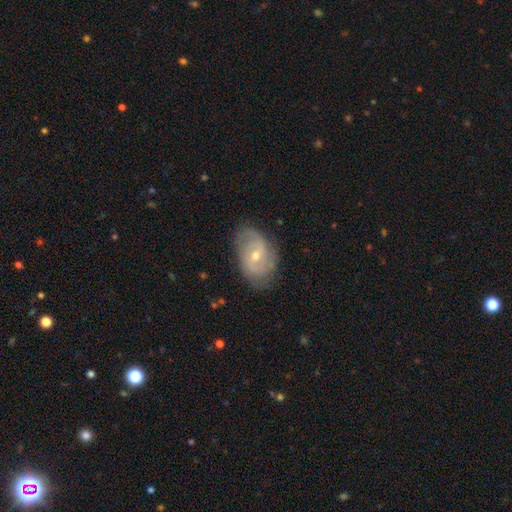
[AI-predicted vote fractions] Smooth or featured? Predicted: featured or disk (p=0.74). Edge-on disk? Predicted: no (p=0.95). Bar? Predicted: no (p=0.46). Spiral arms? Predicted: yes (p=0.86). Spiral winding? Predicted: tight (p=0.43). Spiral arm count? Predicted: 2 (p=0.53). Bulge size? Predicted: small (p=0.50). Merging? Predicted: none (p=0.75).